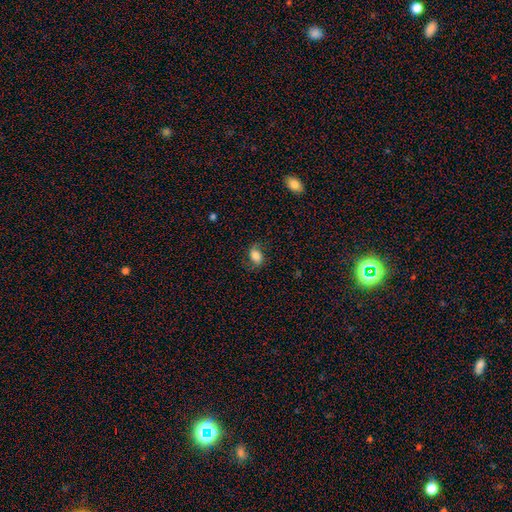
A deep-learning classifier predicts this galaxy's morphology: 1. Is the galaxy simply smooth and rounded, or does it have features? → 69% smooth, 21% featured or disk, 10% star or artifact.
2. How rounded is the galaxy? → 78% in between, 20% round, 2% cigar-shaped.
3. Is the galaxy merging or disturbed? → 70% none, 20% minor disturbance, 9% major disturbance, 1% merger.